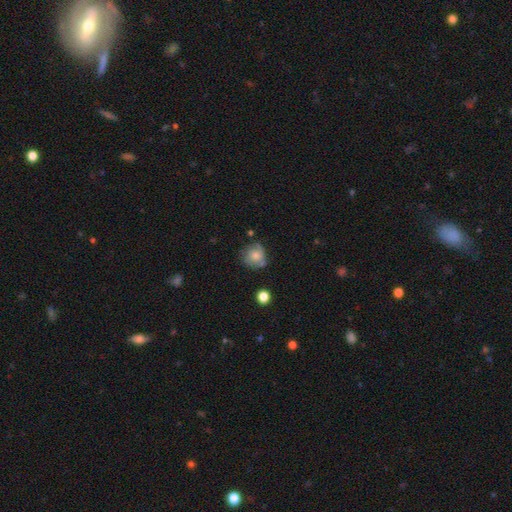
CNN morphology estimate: type=smooth (65%); roundness=round (83%); merging=none (57%).